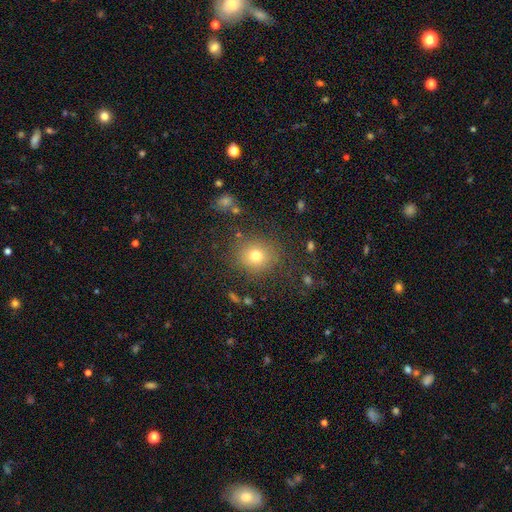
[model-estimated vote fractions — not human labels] A smooth galaxy with no disk features (74%) that is round (82%).

Vote fractions:
- Smooth or featured? smooth: 74% / star or artifact: 16% / featured or disk: 10%
- How rounded? round: 82% / in between: 17% / cigar-shaped: 1%
- Merging? none: 83% / minor disturbance: 10% / major disturbance: 5% / merger: 2%